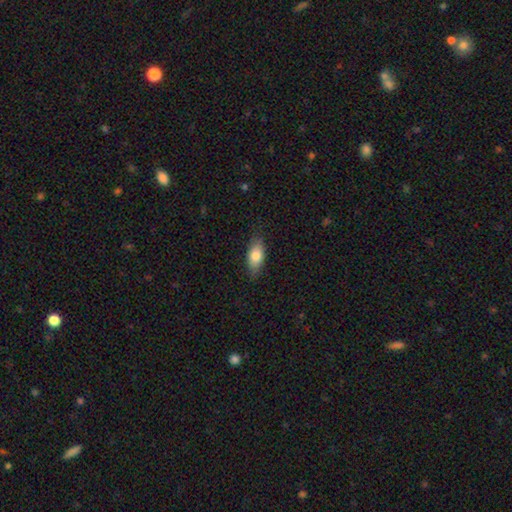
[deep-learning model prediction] Smooth or featured?
  - smooth: 79% *
  - featured or disk: 15%
  - star or artifact: 7%
How rounded?
  - in between: 86% *
  - cigar-shaped: 9%
  - round: 5%
Merging?
  - none: 82% *
  - minor disturbance: 15%
  - major disturbance: 3%
  - merger: 1%